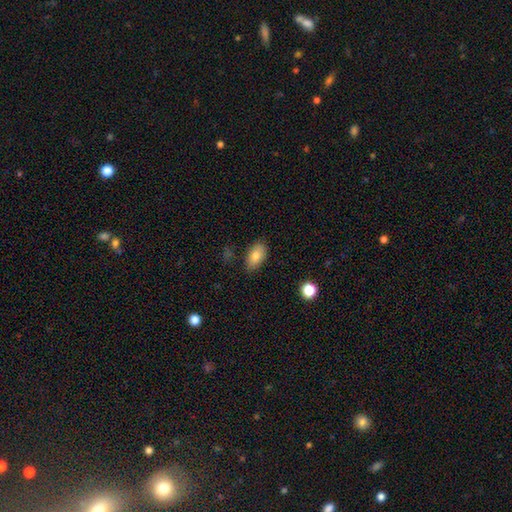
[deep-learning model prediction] Smooth or featured? Predicted: smooth (p=0.82). How rounded? Predicted: in between (p=0.92). Merging? Predicted: none (p=0.83).